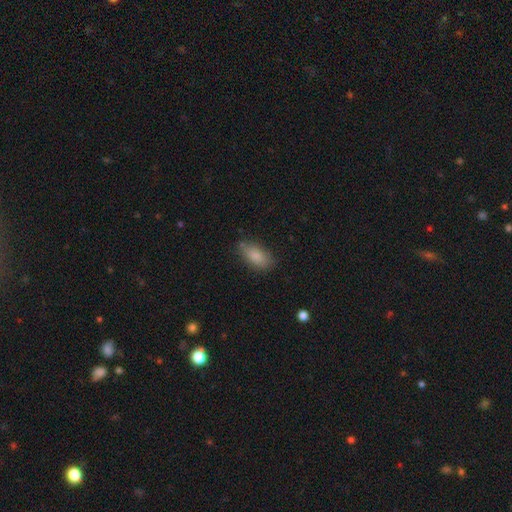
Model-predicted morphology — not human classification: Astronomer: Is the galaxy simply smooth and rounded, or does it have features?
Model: smooth — 86%.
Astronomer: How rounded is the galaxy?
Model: in between — 90%.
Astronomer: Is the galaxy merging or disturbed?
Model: none — 77%.